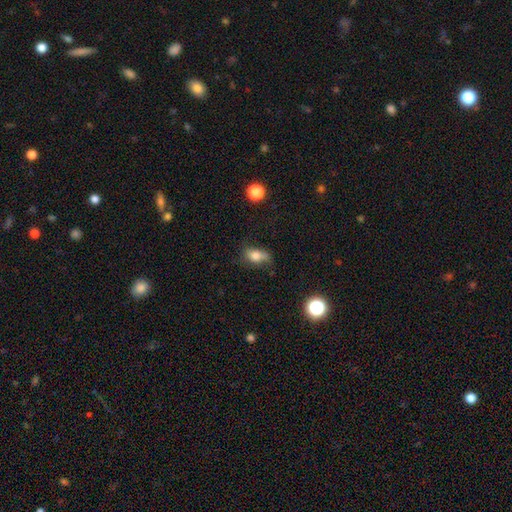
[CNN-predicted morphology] Overall: smooth (75%). How rounded: in between (80%). Merging: none (47%; minor disturbance 33%).